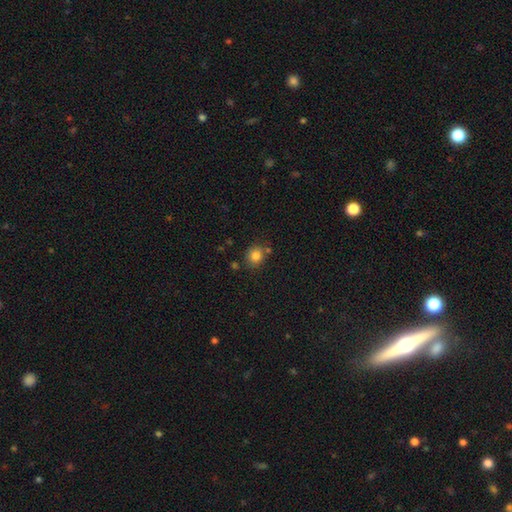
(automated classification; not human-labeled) This appears to be a smooth galaxy with no disk features (83%) that is round (79%). Merging: none (76%).